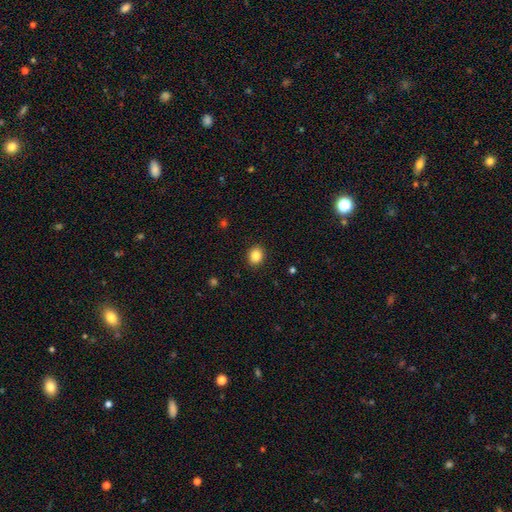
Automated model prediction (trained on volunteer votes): smooth 85%, star or artifact 10%, featured or disk 5%. Down the decision tree: how rounded — round (60%); merging — none (91%).